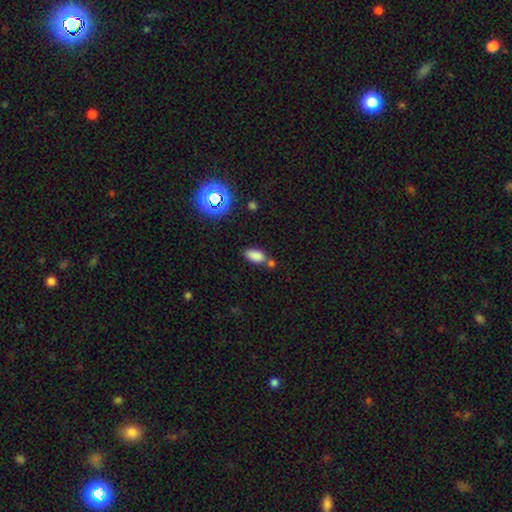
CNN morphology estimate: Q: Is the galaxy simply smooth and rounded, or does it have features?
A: smooth — 81%.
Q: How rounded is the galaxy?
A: in between — 90%.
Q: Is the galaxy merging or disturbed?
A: none — 61%.